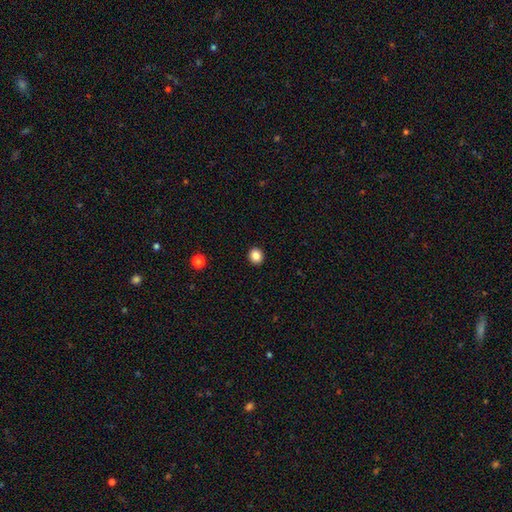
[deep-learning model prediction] Smooth or featured: smooth — 85% (star or artifact — 11%)
How rounded: round — 80% (in between — 19%)
Merging: none — 93% (minor disturbance — 5%)